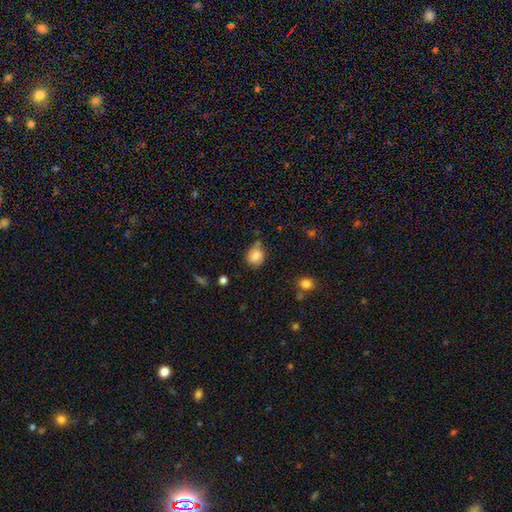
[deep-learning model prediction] Smooth or featured?
  - smooth: 80% *
  - featured or disk: 10%
  - star or artifact: 10%
How rounded?
  - round: 64% *
  - in between: 35%
  - cigar-shaped: 1%
Merging?
  - none: 57% *
  - minor disturbance: 28%
  - major disturbance: 7%
  - merger: 7%